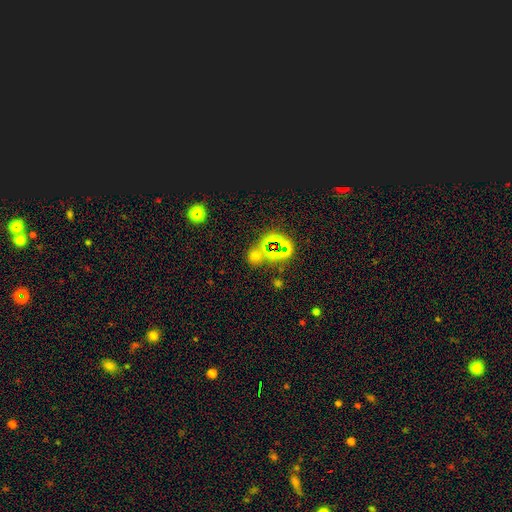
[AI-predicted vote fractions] smooth_or_featured: star or artifact (p=0.49) [alt: smooth p=0.43]